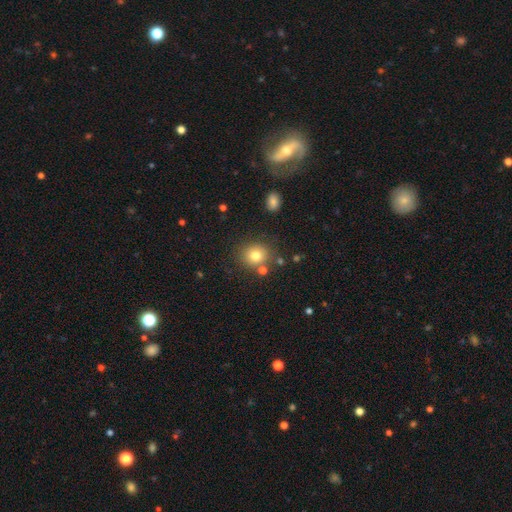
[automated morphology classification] Smooth or featured? Predicted: smooth (p=0.78). How rounded? Predicted: round (p=0.80). Merging? Predicted: none (p=0.78).